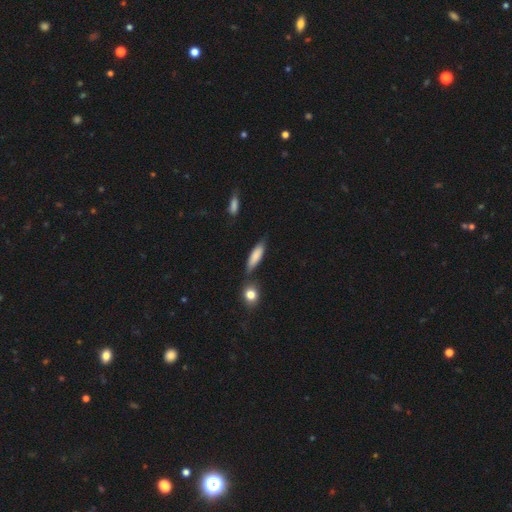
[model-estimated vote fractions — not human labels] A smooth galaxy with no disk features (81%) that is cigar-shaped (51%).

Vote fractions:
- Smooth or featured? smooth: 81% / featured or disk: 12% / star or artifact: 7%
- How rounded? cigar-shaped: 51% / in between: 46% / round: 3%
- Merging? none: 67% / minor disturbance: 19% / merger: 9% / major disturbance: 4%